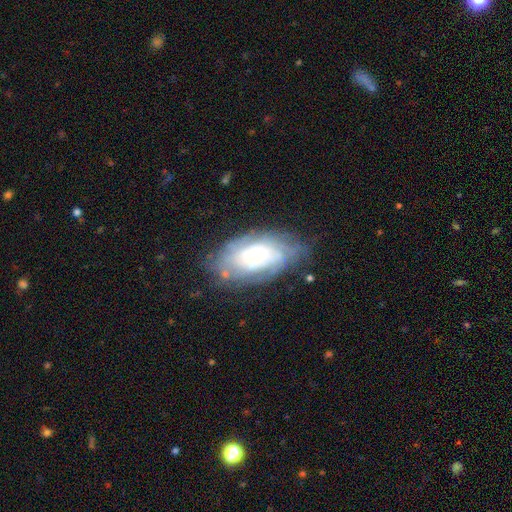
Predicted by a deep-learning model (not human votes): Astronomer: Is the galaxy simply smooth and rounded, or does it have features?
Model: featured or disk — 67%.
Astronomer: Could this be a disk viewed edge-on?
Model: no — 93%.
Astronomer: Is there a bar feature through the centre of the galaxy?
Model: no — 79%.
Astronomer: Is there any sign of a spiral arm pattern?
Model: yes — 77%.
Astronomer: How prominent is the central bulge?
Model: small — 57%.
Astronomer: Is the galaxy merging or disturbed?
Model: none — 66%.